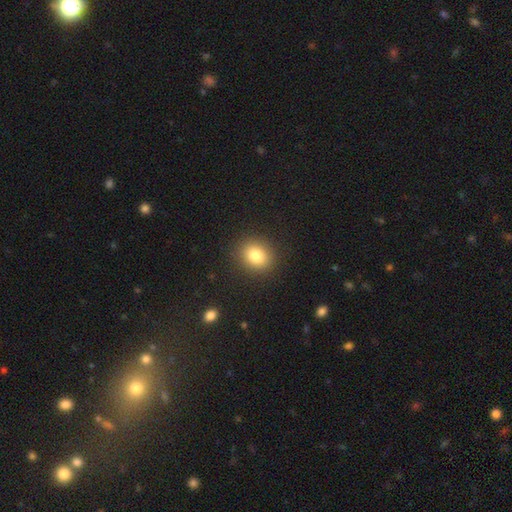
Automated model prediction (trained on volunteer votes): This appears to be a smooth galaxy with no disk features (82%) that is round (66%). Merging: none (90%).